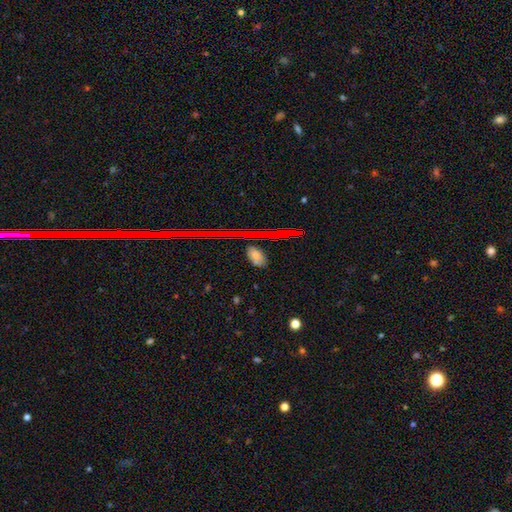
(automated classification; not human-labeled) Overall: smooth (64%; star or artifact 25%). How rounded: in between (84%). Merging: none (75%).